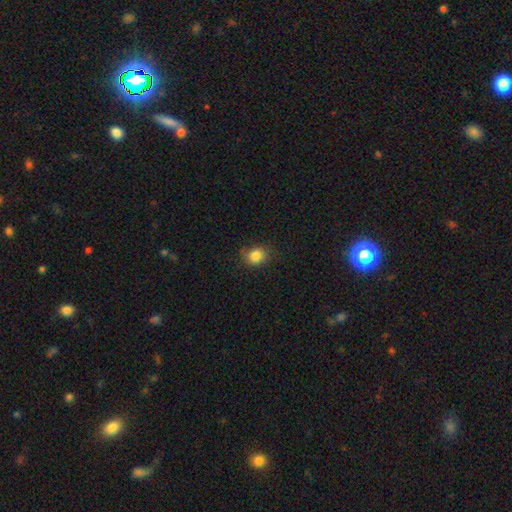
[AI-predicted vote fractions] Overall: smooth (84%). How rounded: round (67%; in between 32%). Merging: none (74%).